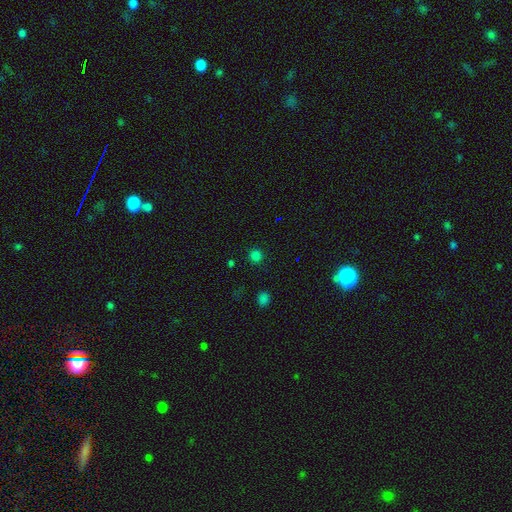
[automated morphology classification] Q: Smooth or featured?
A: smooth (78%); runner-up: star or artifact (19%)
Q: How rounded?
A: round (93%); runner-up: in between (6%)
Q: Merging?
A: none (90%); runner-up: minor disturbance (6%)